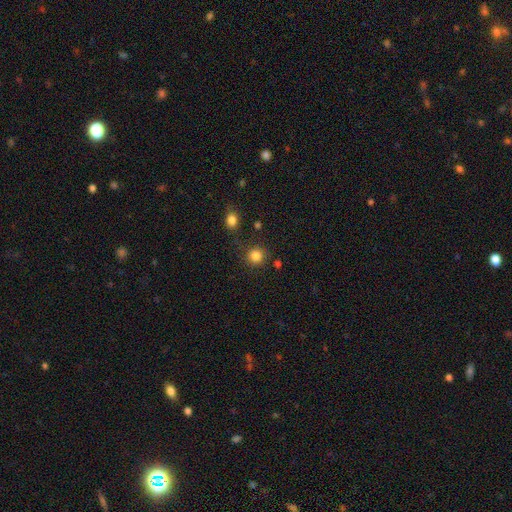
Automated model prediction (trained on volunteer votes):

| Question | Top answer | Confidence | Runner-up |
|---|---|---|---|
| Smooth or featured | smooth | 84% | star or artifact (12%) |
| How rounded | round | 92% | in between (7%) |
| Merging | none | 84% | minor disturbance (8%) |